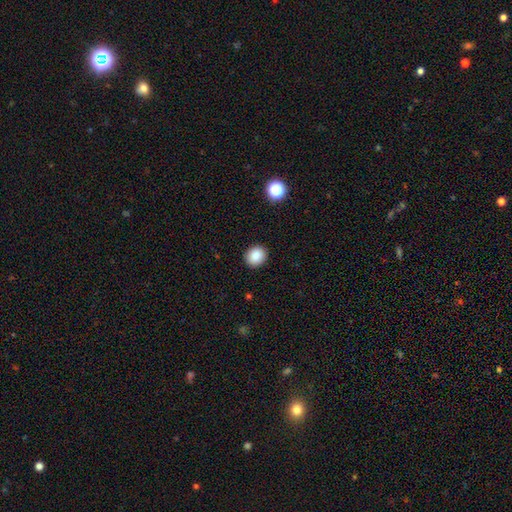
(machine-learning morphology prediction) smooth_or_featured: smooth (p=0.87) [alt: star or artifact p=0.09]
how_rounded: round (p=0.71) [alt: in between p=0.28]
merging: none (p=0.91) [alt: minor disturbance p=0.06]